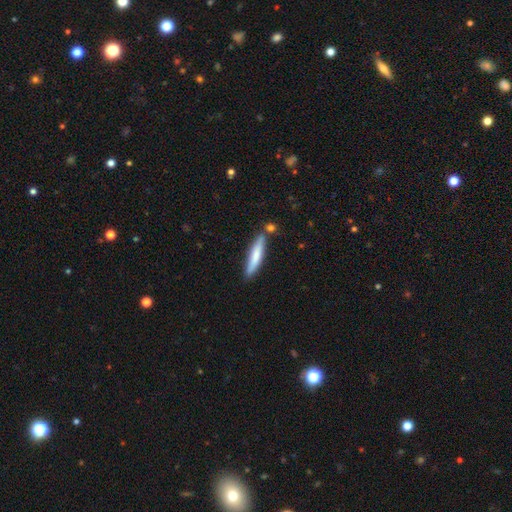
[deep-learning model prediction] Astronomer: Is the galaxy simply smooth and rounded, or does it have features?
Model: smooth — 70%.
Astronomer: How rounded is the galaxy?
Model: cigar-shaped — 88%.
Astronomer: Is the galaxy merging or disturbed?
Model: none — 78%.